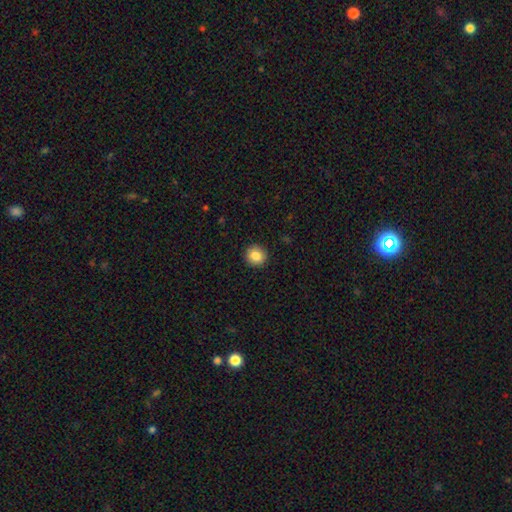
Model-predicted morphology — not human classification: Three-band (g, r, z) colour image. It shows a smooth galaxy with no disk features (86%) that is round (89%). Merging: none (92%).